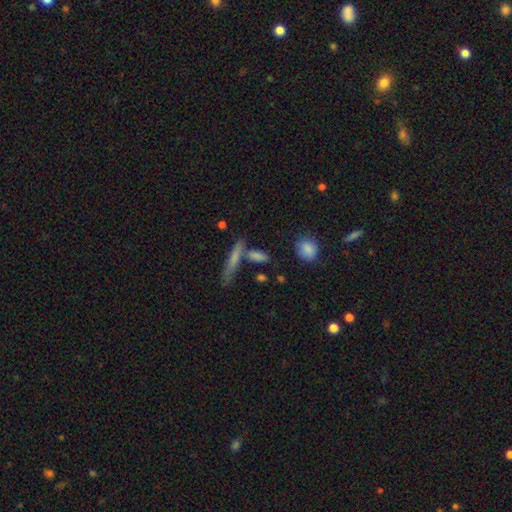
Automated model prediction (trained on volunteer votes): This appears to be a smooth galaxy with no disk features (59%) that is cigar-shaped (77%). Merging: none (67%).